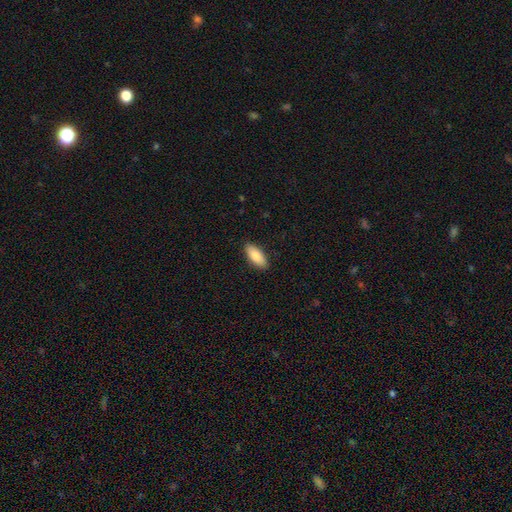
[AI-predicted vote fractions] This is clearly a smooth galaxy (84%). How rounded: clearly in between (85%). Merging: clearly none (89%).